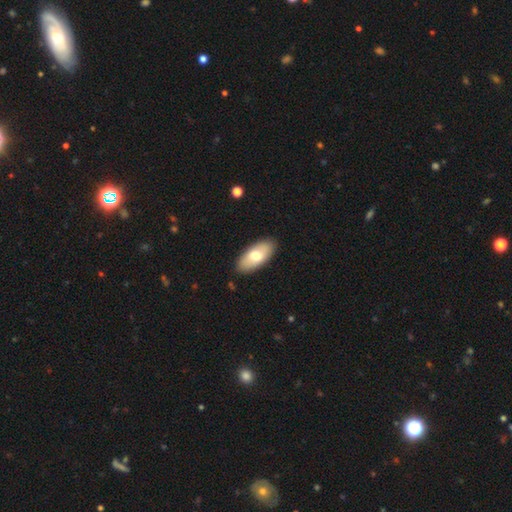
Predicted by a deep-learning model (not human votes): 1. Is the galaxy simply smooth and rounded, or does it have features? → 70% smooth, 25% featured or disk, 5% star or artifact.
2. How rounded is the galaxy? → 91% in between, 7% cigar-shaped, 2% round.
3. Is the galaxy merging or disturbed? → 89% none, 8% minor disturbance, 2% major disturbance, 1% merger.